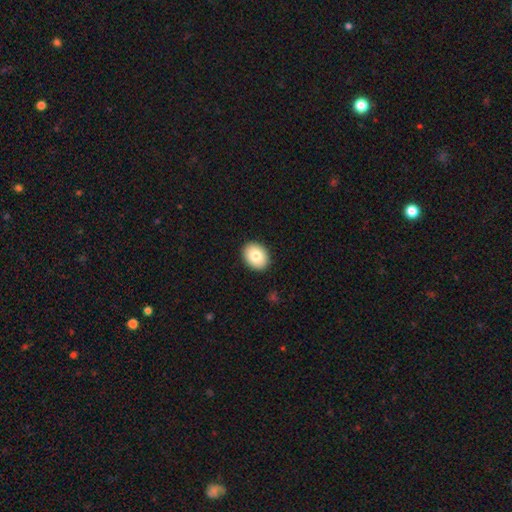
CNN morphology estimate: This is clearly a smooth galaxy (82%). How rounded: possibly in between (55%). Merging: clearly none (91%).